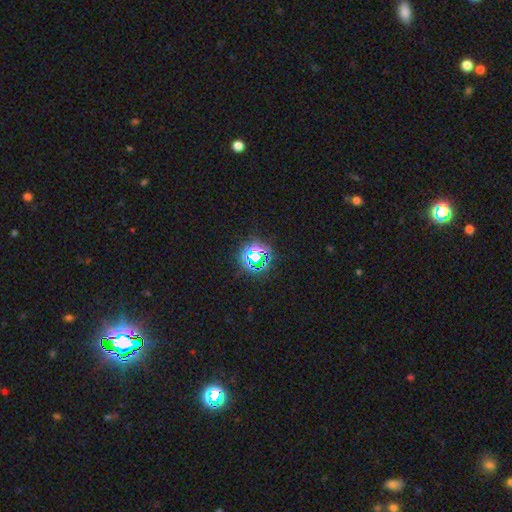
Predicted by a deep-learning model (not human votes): A star or artifact, not a galaxy (73%).

Vote fractions:
- Smooth or featured? star or artifact: 73% / smooth: 17% / featured or disk: 10%